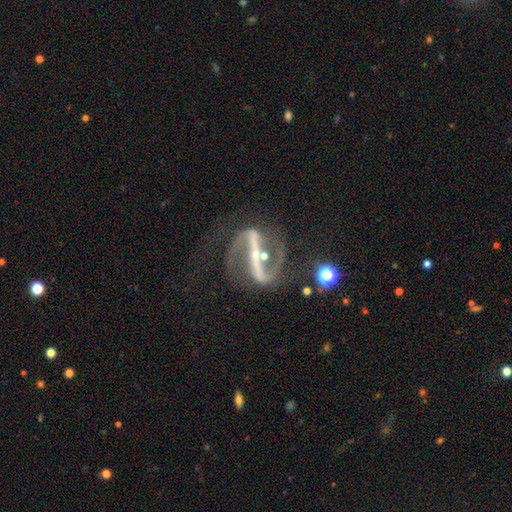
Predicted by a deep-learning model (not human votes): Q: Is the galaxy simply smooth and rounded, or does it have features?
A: featured or disk — 91%.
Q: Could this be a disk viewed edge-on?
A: no — 92%.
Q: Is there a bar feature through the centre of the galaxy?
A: strong — 86%.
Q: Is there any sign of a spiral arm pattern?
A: yes — 96%.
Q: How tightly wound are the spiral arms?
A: loose — 44%.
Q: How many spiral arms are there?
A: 2 — 93%.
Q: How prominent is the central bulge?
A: small — 77%.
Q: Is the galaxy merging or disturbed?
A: none — 67%.